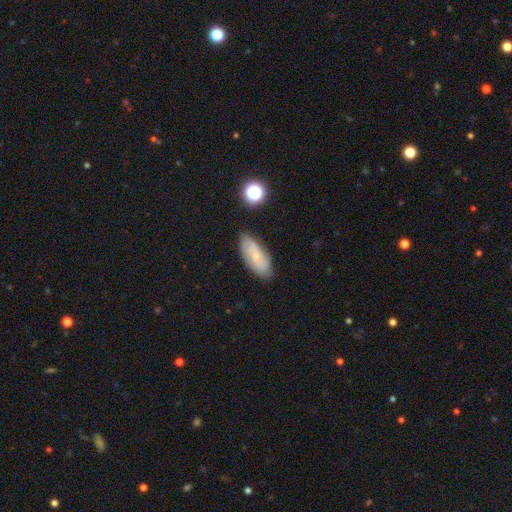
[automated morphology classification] This is possibly a featured or disk galaxy (50%). Merging: likely none (78%).